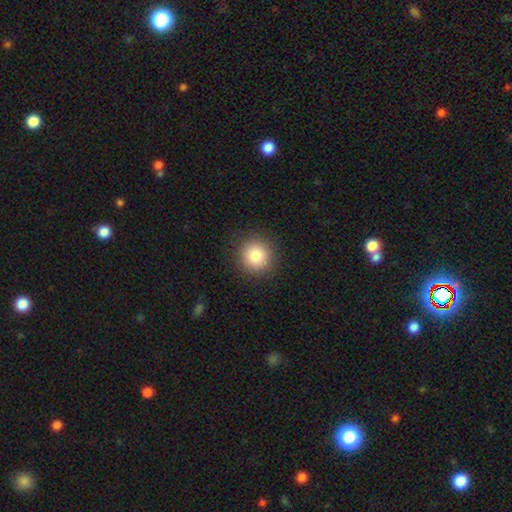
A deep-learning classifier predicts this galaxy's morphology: smooth 83%, star or artifact 10%, featured or disk 6%. Down the decision tree: how rounded — round (94%); merging — none (91%).